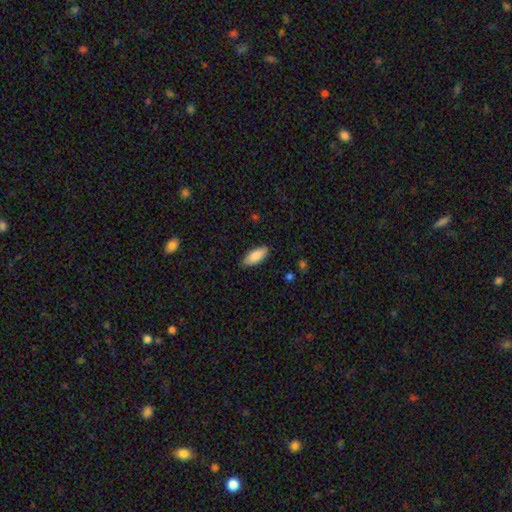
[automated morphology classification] A smooth galaxy with no disk features (86%) that is in between round and cigar-shaped (85%).

Vote fractions:
- Smooth or featured? smooth: 86% / featured or disk: 9% / star or artifact: 6%
- How rounded? in between: 85% / cigar-shaped: 14% / round: 2%
- Merging? none: 85% / minor disturbance: 12% / major disturbance: 2% / merger: 1%